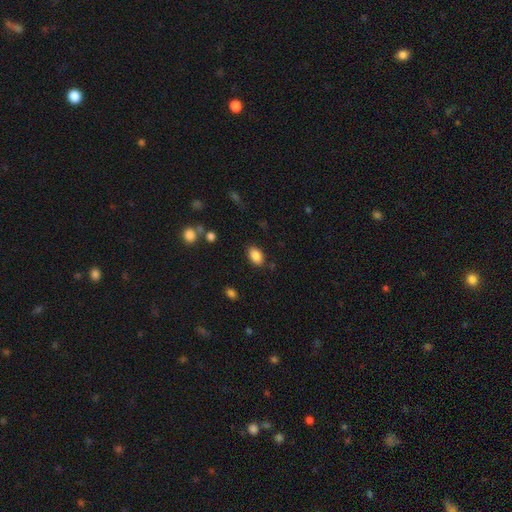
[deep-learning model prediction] The model was most divided on "merging": none: 84%, minor disturbance: 11%, major disturbance: 3%, merger: 2%. More confident: how rounded — in between (87%); smooth or featured — smooth (87%).